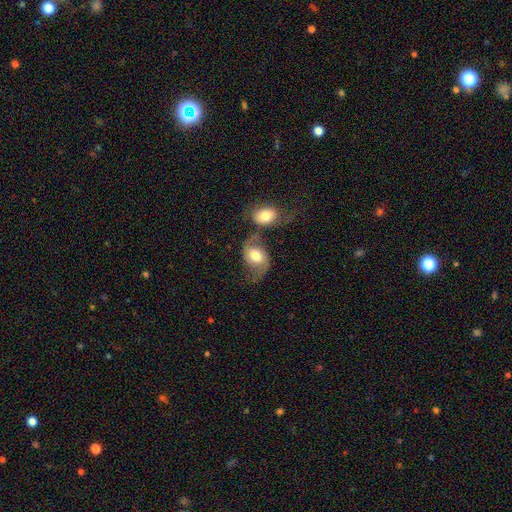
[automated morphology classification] A featured or disk galaxy (53%) with no bar (58%), spiral arms (83%) and a moderate central bulge (56%).

Vote fractions:
- Smooth or featured? featured or disk: 53% / smooth: 39% / star or artifact: 7%
- Edge-on disk? no: 97% / yes: 3%
- Bar? no: 58% / weak: 33% / strong: 8%
- Spiral arms? yes: 83% / no: 17%
- Bulge size? moderate: 56% / large: 32% / small: 6% / dominant: 4% / none: 2%
- Merging? none: 39% / merger: 30% / minor disturbance: 17% / major disturbance: 13%